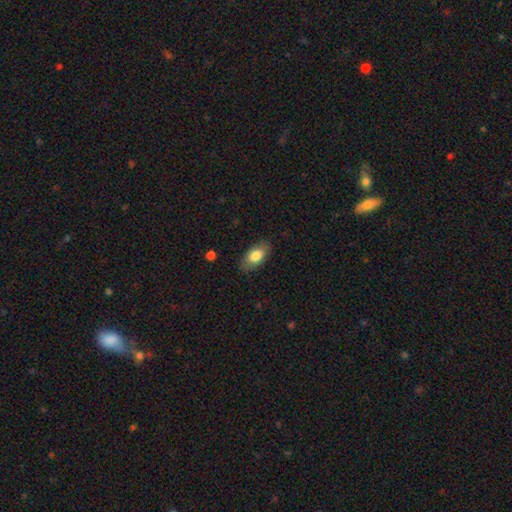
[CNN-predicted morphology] The model was most divided on "smooth or featured": smooth: 80%, featured or disk: 14%, star or artifact: 6%. More confident: how rounded — in between (91%); merging — none (84%).